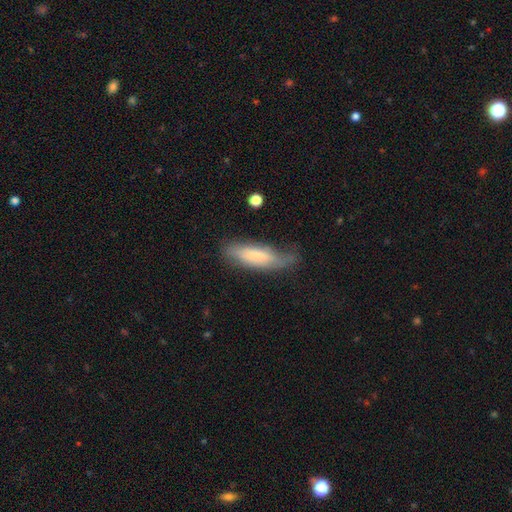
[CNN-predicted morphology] This is likely a smooth galaxy (72%). How rounded: possibly cigar-shaped (55%). Merging: possibly none (53%).